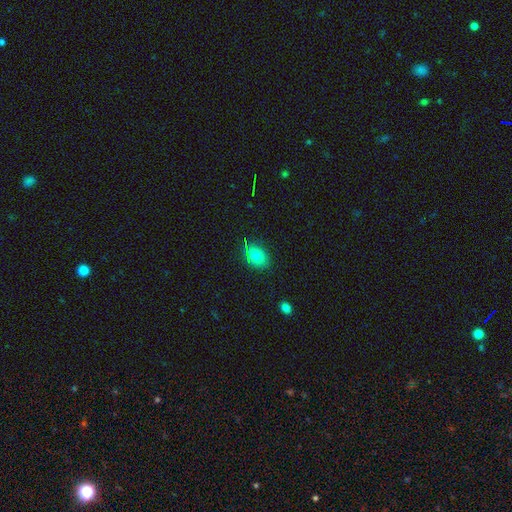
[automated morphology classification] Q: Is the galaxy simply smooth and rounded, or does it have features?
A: smooth — 75%.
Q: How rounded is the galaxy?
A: in between — 75%.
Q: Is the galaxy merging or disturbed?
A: none — 79%.